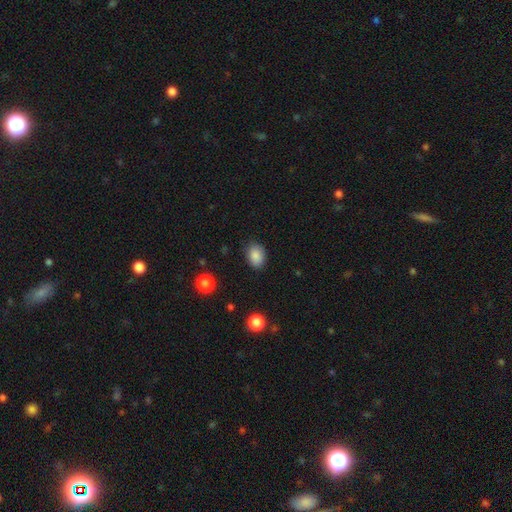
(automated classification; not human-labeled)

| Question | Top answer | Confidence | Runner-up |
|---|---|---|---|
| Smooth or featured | smooth | 87% | star or artifact (9%) |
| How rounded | in between | 69% | round (30%) |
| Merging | none | 84% | minor disturbance (12%) |